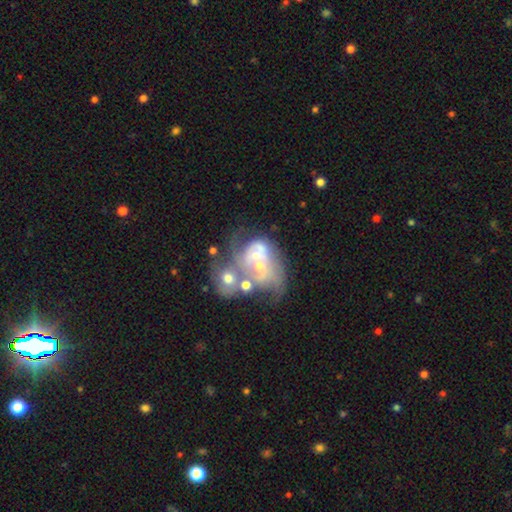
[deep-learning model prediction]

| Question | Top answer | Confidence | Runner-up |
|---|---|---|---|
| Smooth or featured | featured or disk | 64% | smooth (24%) |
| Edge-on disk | no | 98% | yes (2%) |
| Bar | no | 84% | weak (13%) |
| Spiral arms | no | 59% | yes (41%) |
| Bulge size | moderate | 45% | small (34%) |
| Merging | merger | 61% | major disturbance (19%) |